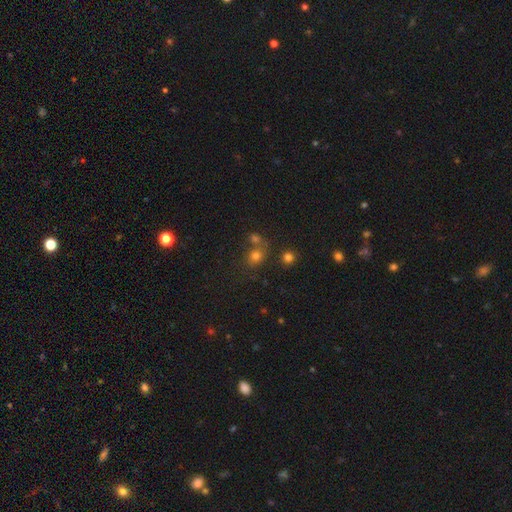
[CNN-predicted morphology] Q: Smooth or featured?
A: smooth (70%); runner-up: star or artifact (21%)
Q: How rounded?
A: round (70%); runner-up: in between (29%)
Q: Merging?
A: none (57%); runner-up: merger (28%)